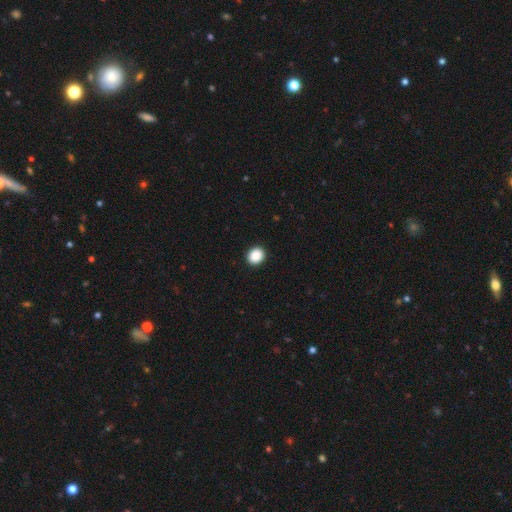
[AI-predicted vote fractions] smooth_or_featured: smooth (p=0.89) [alt: star or artifact p=0.08]
how_rounded: round (p=0.70) [alt: in between p=0.30]
merging: none (p=0.92) [alt: minor disturbance p=0.05]